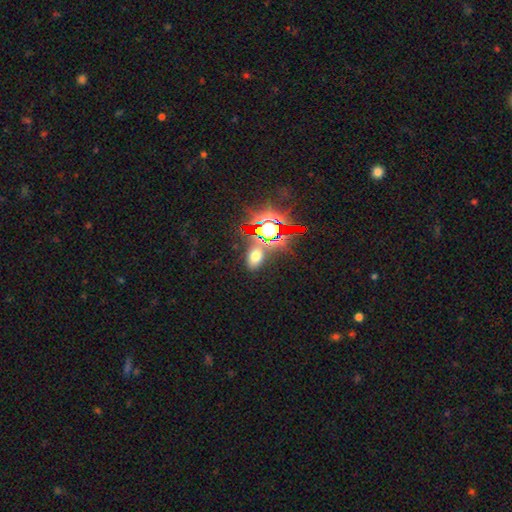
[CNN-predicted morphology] Smooth or featured: smooth — 54% (star or artifact — 37%)
How rounded: in between — 83% (round — 15%)
Merging: none — 77% (minor disturbance — 11%)